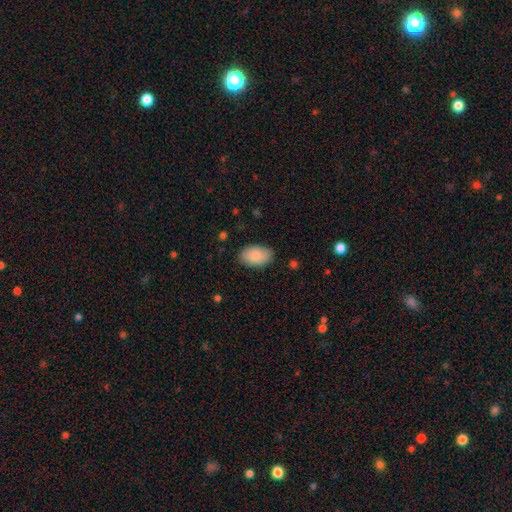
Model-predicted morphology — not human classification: A smooth galaxy with no disk features (86%) that is in between round and cigar-shaped (92%). Merging: none (85%).